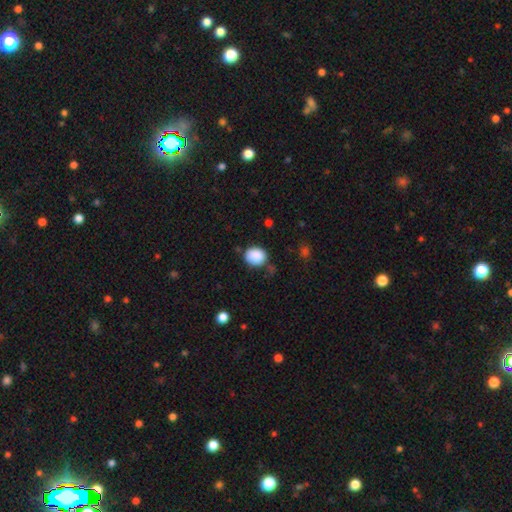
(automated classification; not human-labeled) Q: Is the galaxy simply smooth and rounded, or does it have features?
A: smooth — 88%.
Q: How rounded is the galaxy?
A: round — 67%.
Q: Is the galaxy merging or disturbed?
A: none — 73%.